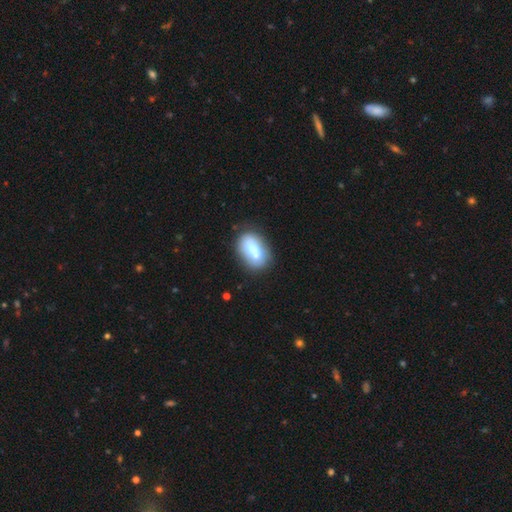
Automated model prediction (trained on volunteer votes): smooth-or-featured: smooth: 70% | featured or disk: 22% | star or artifact: 8%
  how-rounded: in between: 87% | round: 10% | cigar-shaped: 3%
  merging: none: 59% | minor disturbance: 18% | merger: 17% | major disturbance: 6%